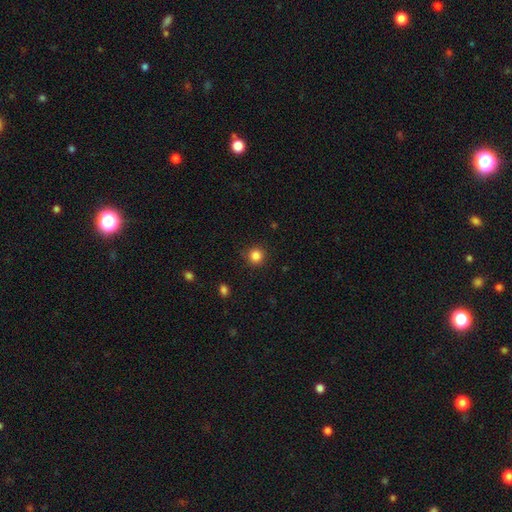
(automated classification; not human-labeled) Overall: smooth (85%). How rounded: round (94%). Merging: none (88%).